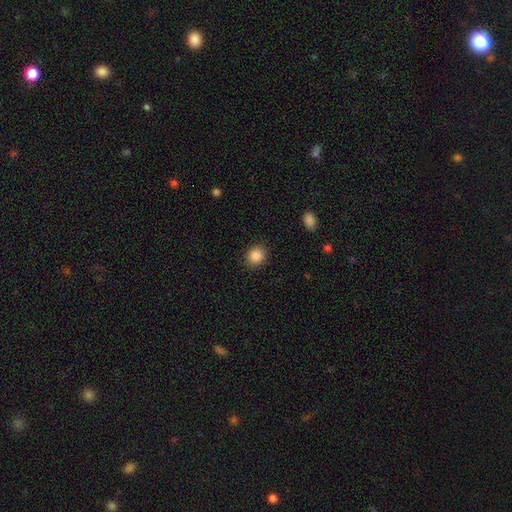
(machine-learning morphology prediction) Smooth or featured? smooth (87%)
How rounded? round (74%)
Merging? none (89%)